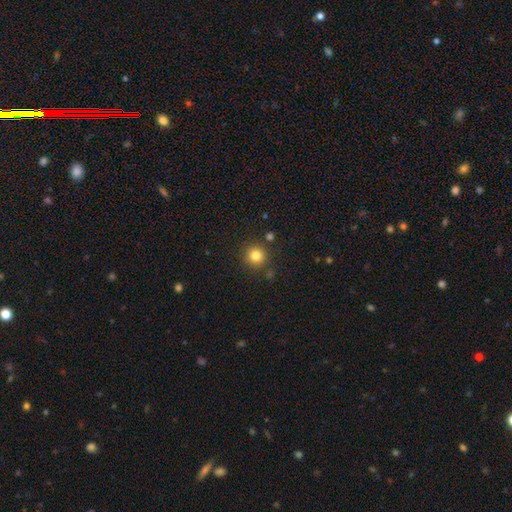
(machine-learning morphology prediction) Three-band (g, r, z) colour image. It shows a smooth galaxy with no disk features (82%) that is round (94%). Merging: none (87%).